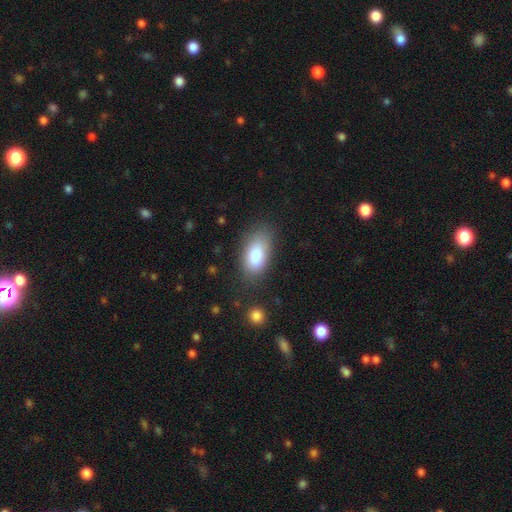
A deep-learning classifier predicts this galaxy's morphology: Overall: smooth (84%). How rounded: in between (92%). Merging: none (75%).